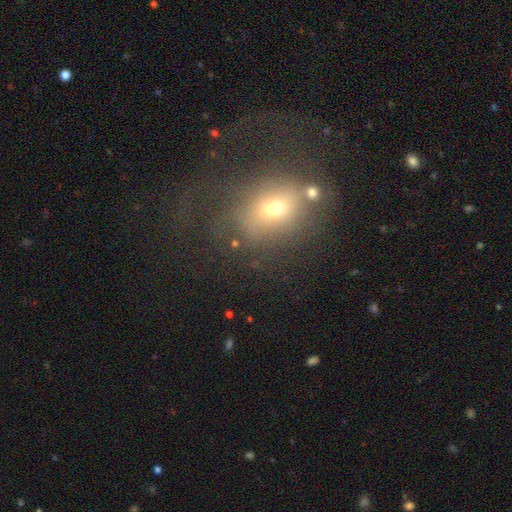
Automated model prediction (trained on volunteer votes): A smooth galaxy with no disk features (44%). Merging: none (45%).